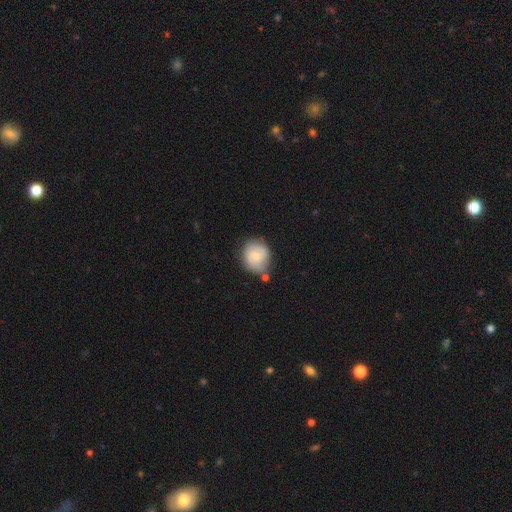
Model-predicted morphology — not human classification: smooth_or_featured: smooth (p=0.53) [alt: featured or disk p=0.41]
how_rounded: round (p=0.77) [alt: in between p=0.22]
merging: none (p=0.65) [alt: minor disturbance p=0.20]